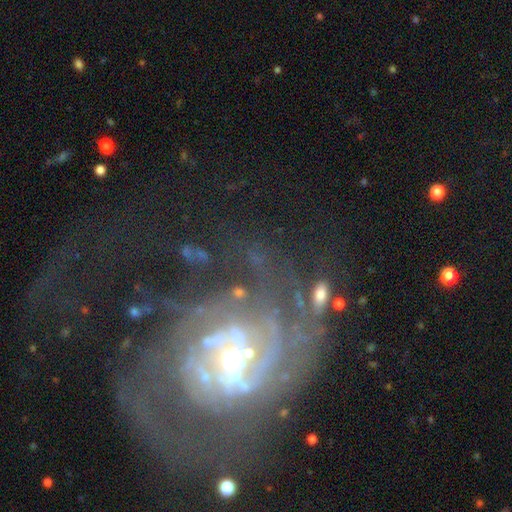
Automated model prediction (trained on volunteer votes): Smooth or featured? Predicted: featured or disk (p=0.77). Edge-on disk? Predicted: no (p=0.97). Bar? Predicted: no (p=0.61). Spiral arms? Predicted: yes (p=0.85). Spiral winding? Predicted: tight (p=0.53). Spiral arm count? Predicted: can't tell (p=0.34). Bulge size? Predicted: small (p=0.56). Merging? Predicted: none (p=0.52).